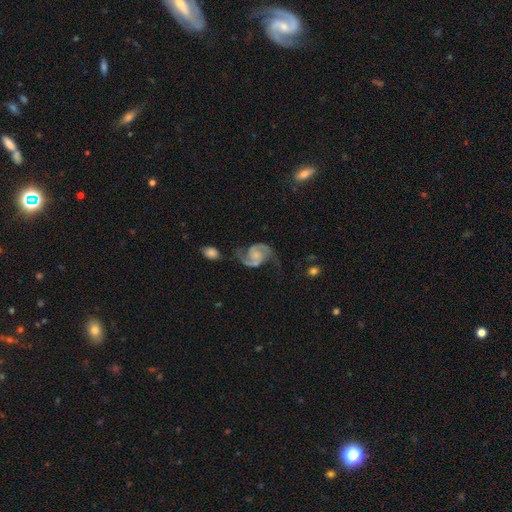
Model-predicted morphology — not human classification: Smooth or featured? featured or disk (92%)
Edge-on disk? no (98%)
Bar? no (65%)
Spiral arms? yes (98%)
Spiral winding? medium (58%)
Spiral arm count? 2 (94%)
Bulge size? small (44%)
Merging? none (67%)